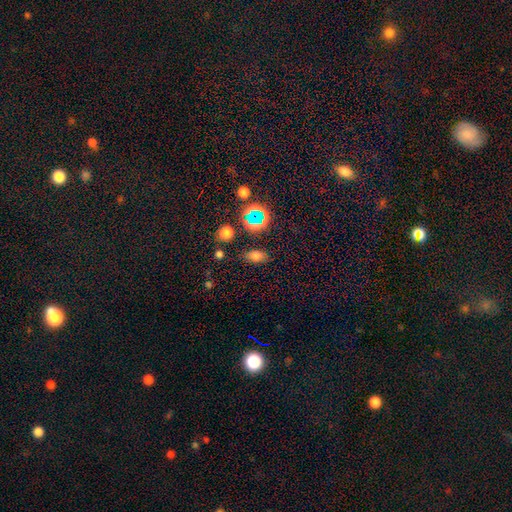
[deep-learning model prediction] Q: Smooth or featured?
A: smooth (69%); runner-up: star or artifact (20%)
Q: How rounded?
A: in between (81%); runner-up: round (12%)
Q: Merging?
A: none (80%); runner-up: minor disturbance (13%)